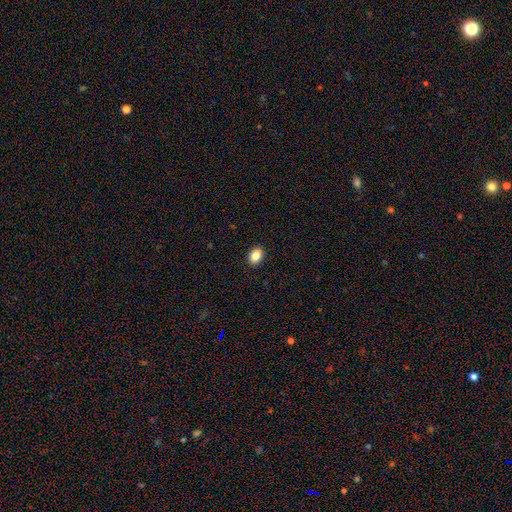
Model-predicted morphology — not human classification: The model was most divided on "how rounded": in between: 67%, round: 32%, cigar-shaped: 1%. More confident: merging — none (89%); smooth or featured — smooth (86%).